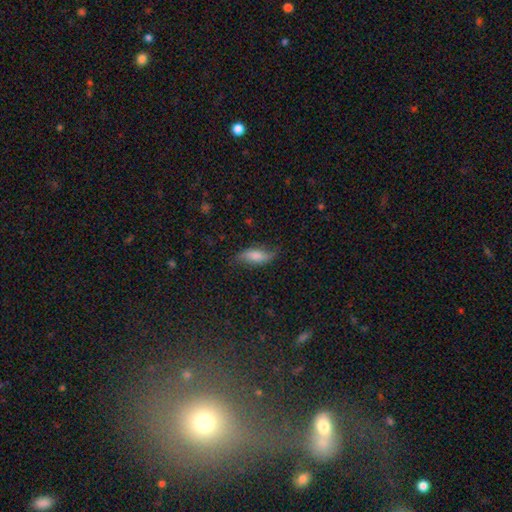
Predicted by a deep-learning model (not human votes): smooth-or-featured: smooth: 63% | featured or disk: 29% | star or artifact: 8%
  how-rounded: in between: 72% | cigar-shaped: 24% | round: 3%
  merging: none: 68% | minor disturbance: 23% | major disturbance: 8% | merger: 2%